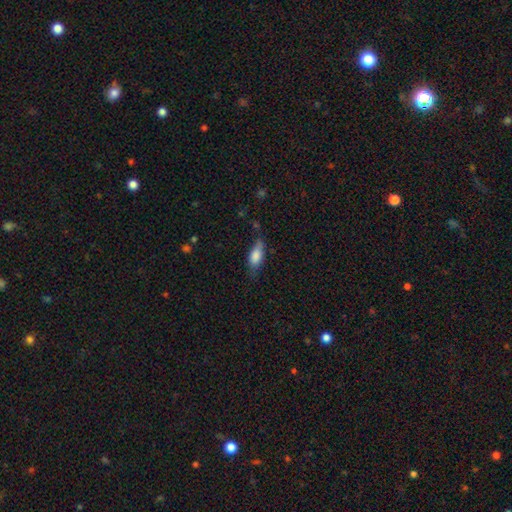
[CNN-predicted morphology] A smooth galaxy with no disk features (79%) that is in between round and cigar-shaped (77%). Merging: none (59%).